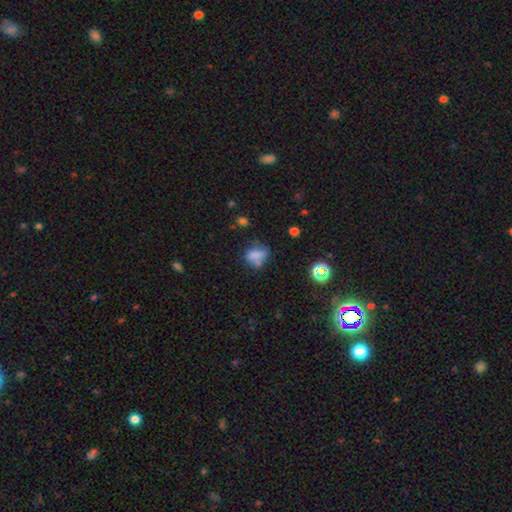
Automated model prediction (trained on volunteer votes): This is likely a smooth galaxy (66%). How rounded: likely in between (64%). Merging: marginally none (41%).